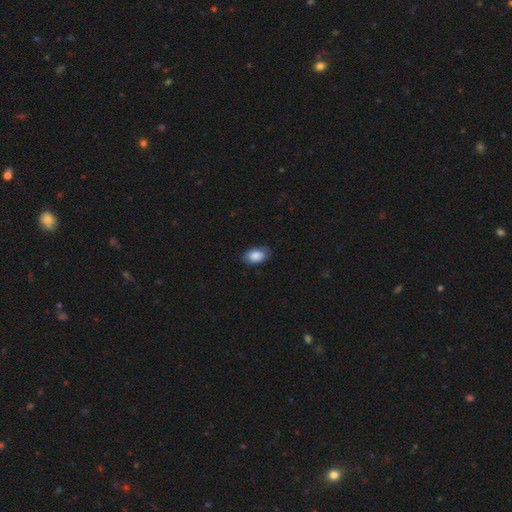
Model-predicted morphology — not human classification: A smooth galaxy with no disk features (85%) that is in between round and cigar-shaped (90%).

Vote fractions:
- Smooth or featured? smooth: 85% / featured or disk: 8% / star or artifact: 7%
- How rounded? in between: 90% / round: 9% / cigar-shaped: 1%
- Merging? none: 76% / minor disturbance: 19% / major disturbance: 4% / merger: 1%